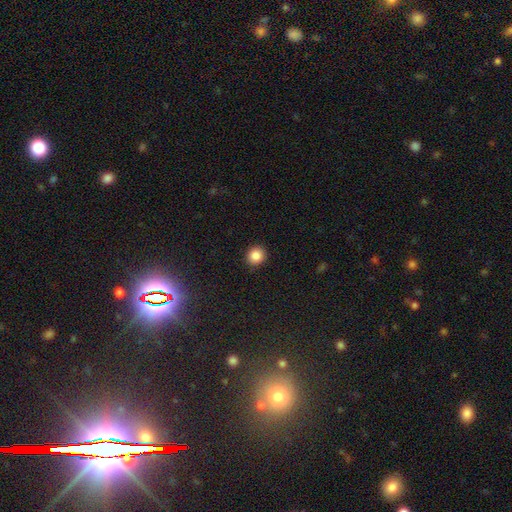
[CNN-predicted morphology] This is clearly a smooth galaxy (85%). How rounded: clearly round (85%). Merging: clearly none (91%).